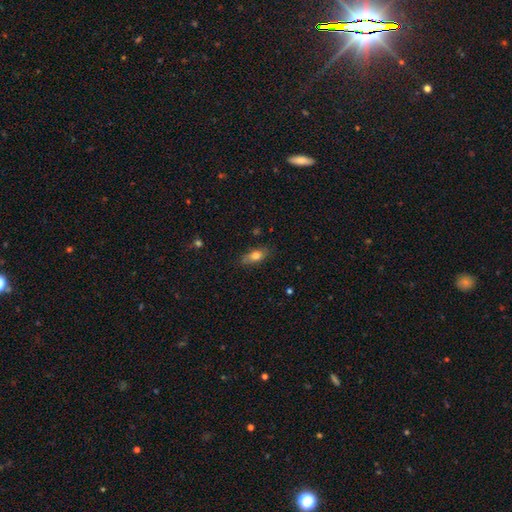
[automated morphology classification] A smooth galaxy with no disk features (73%) that is in between round and cigar-shaped (79%).

Vote fractions:
- Smooth or featured? smooth: 73% / featured or disk: 19% / star or artifact: 8%
- How rounded? in between: 79% / cigar-shaped: 16% / round: 5%
- Merging? none: 78% / minor disturbance: 17% / major disturbance: 3% / merger: 1%